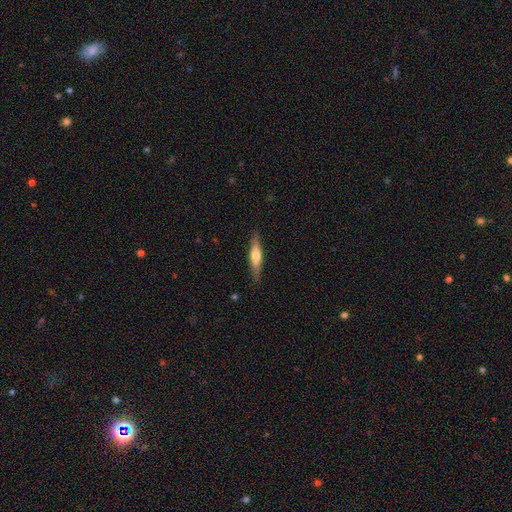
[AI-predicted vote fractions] This is possibly a featured or disk galaxy (48%). Merging: clearly none (86%).